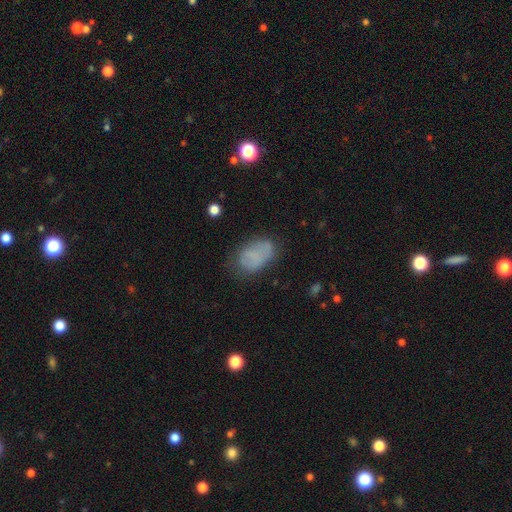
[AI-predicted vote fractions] Smooth or featured?
  - smooth: 68% *
  - featured or disk: 21%
  - star or artifact: 11%
How rounded?
  - in between: 88% *
  - round: 10%
  - cigar-shaped: 1%
Merging?
  - none: 60% *
  - minor disturbance: 26%
  - major disturbance: 11%
  - merger: 3%